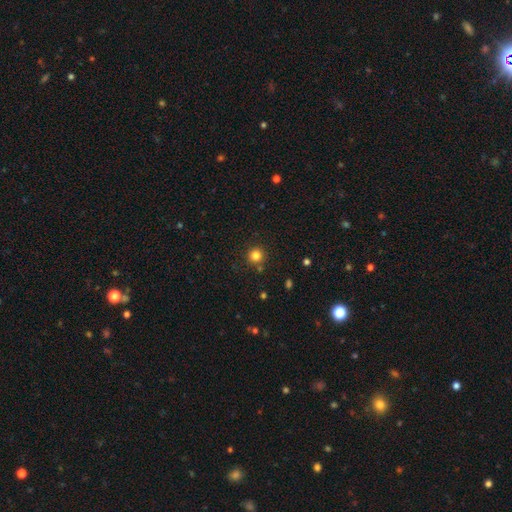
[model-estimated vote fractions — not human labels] This is clearly a smooth galaxy (82%). How rounded: clearly round (94%). Merging: clearly none (86%).